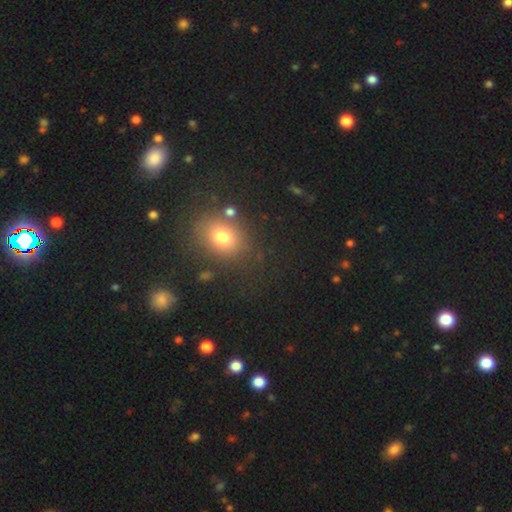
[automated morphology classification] smooth-or-featured: smooth: 58% | star or artifact: 35% | featured or disk: 8%
  how-rounded: round: 60% | in between: 39% | cigar-shaped: 2%
  merging: none: 84% | minor disturbance: 9% | merger: 4% | major disturbance: 3%